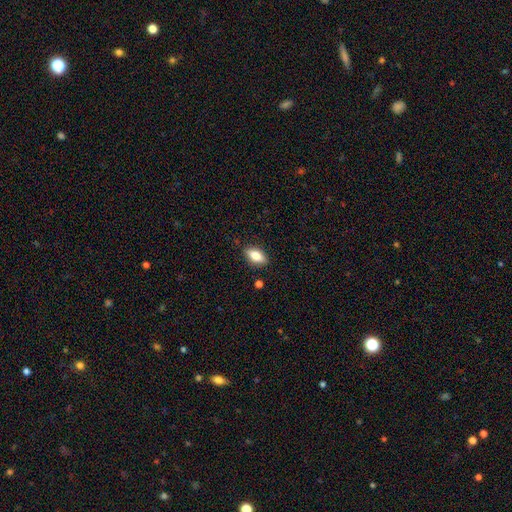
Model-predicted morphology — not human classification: Smooth or featured? Predicted: smooth (p=0.74). How rounded? Predicted: in between (p=0.85). Merging? Predicted: none (p=0.85).